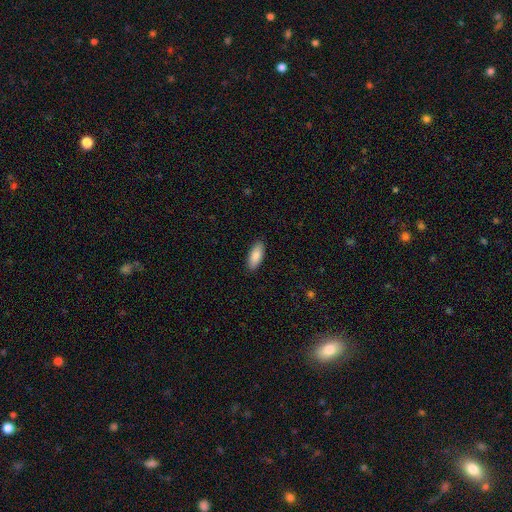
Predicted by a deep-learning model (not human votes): smooth 88%, featured or disk 7%, star or artifact 6%. Down the decision tree: how rounded — in between (82%); merging — none (89%).